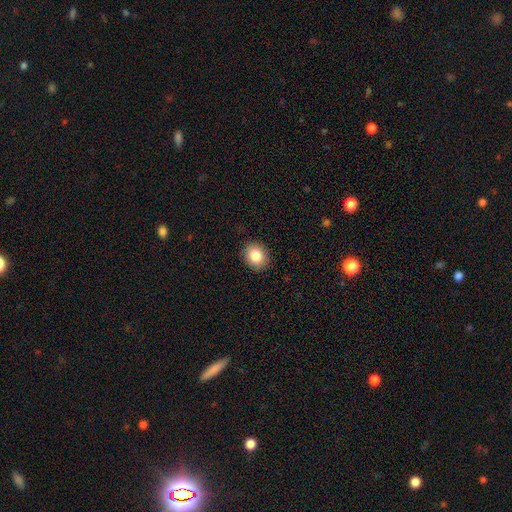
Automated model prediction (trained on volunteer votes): Overall: smooth (85%). How rounded: round (63%; in between 37%). Merging: none (89%).